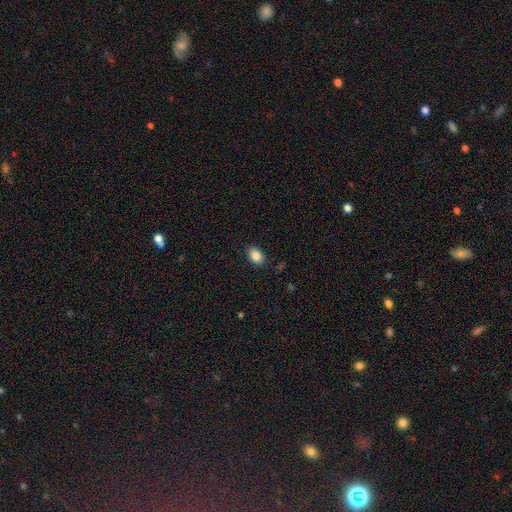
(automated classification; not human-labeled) smooth 87%, star or artifact 8%, featured or disk 5%. Down the decision tree: how rounded — in between (81%); merging — none (88%).